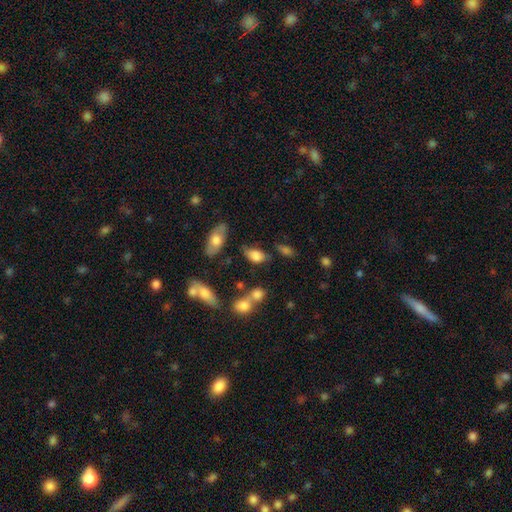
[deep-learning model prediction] A smooth galaxy with no disk features (72%) that is in between round and cigar-shaped (84%).

Vote fractions:
- Smooth or featured? smooth: 72% / featured or disk: 16% / star or artifact: 12%
- How rounded? in between: 84% / round: 12% / cigar-shaped: 4%
- Merging? none: 56% / minor disturbance: 22% / merger: 12% / major disturbance: 10%